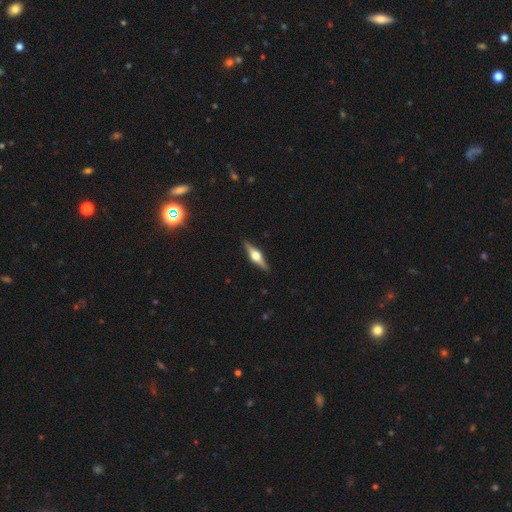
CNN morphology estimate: Smooth or featured?
  - featured or disk: 78% *
  - smooth: 17%
  - star or artifact: 5%
Edge-on disk?
  - yes: 98% *
  - no: 2%
Edge-on bulge?
  - rounded: 95% *
  - boxy: 4%
  - none: 1%
Merging?
  - none: 91% *
  - minor disturbance: 6%
  - major disturbance: 1%
  - merger: 1%